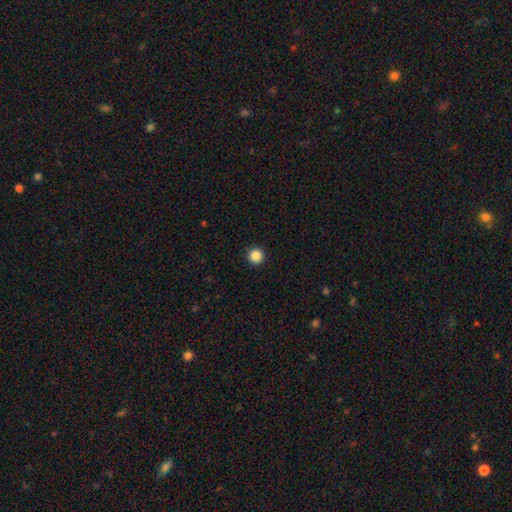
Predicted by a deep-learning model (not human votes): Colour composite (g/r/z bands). It shows a smooth galaxy with no disk features (87%) that is round (96%). Merging: none (93%).